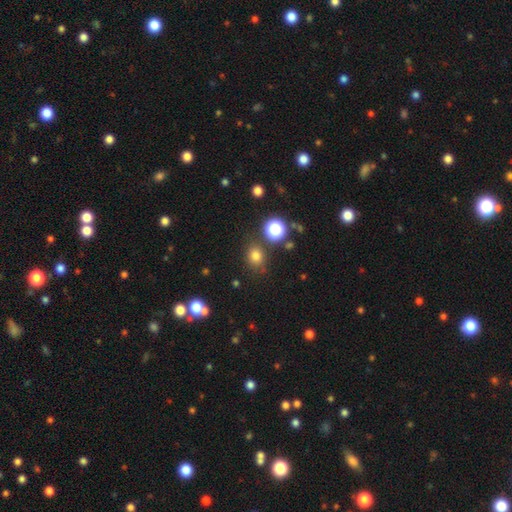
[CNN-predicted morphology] This appears to be a smooth galaxy with no disk features (76%) that is round (70%). Merging: none (79%).